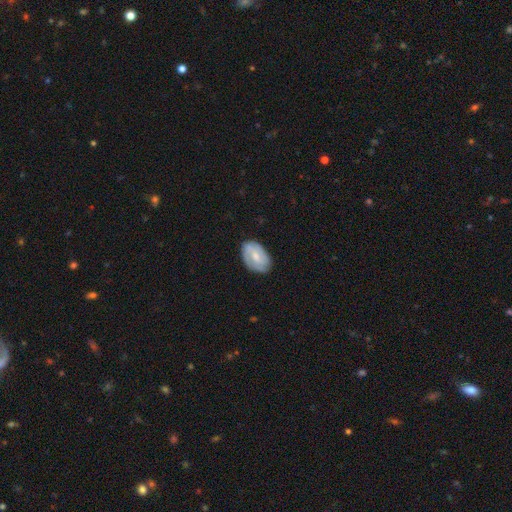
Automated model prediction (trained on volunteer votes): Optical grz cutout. It shows a featured or disk galaxy (52%). Merging: none (74%).